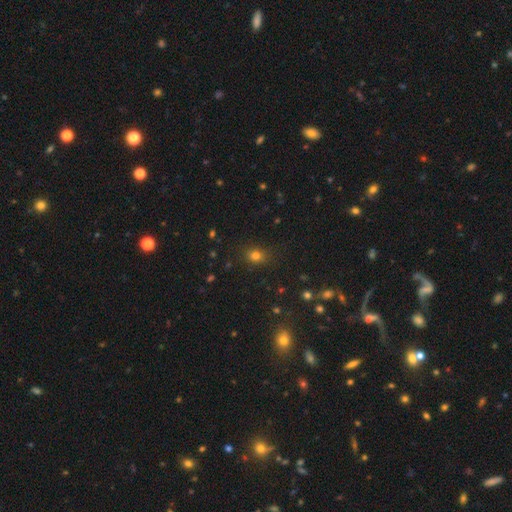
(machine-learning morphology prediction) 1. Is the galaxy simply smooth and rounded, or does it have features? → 76% smooth, 18% star or artifact, 6% featured or disk.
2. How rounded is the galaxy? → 67% round, 32% in between, 1% cigar-shaped.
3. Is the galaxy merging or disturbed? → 85% none, 10% minor disturbance, 3% major disturbance, 1% merger.